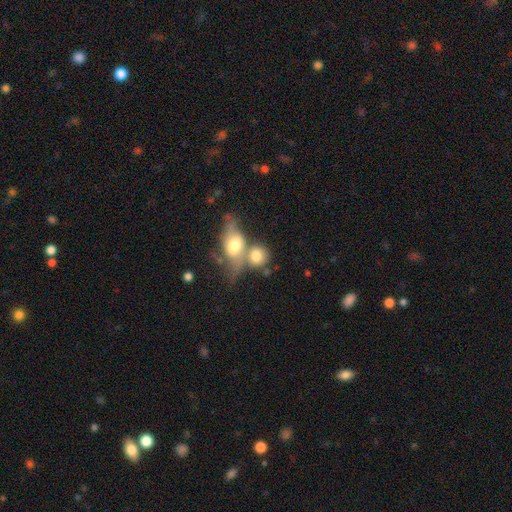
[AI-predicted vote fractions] Overall: smooth (71%). How rounded: round (56%; in between 40%). Merging: merger (59%; none 25%).